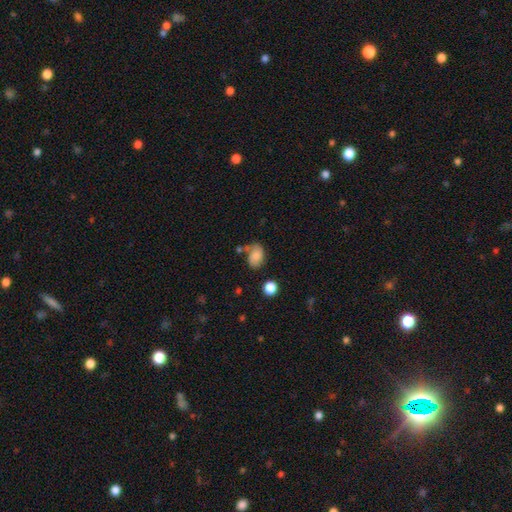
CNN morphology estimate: Q: Smooth or featured?
A: smooth (75%); runner-up: featured or disk (14%)
Q: How rounded?
A: in between (76%); runner-up: round (23%)
Q: Merging?
A: none (51%); runner-up: minor disturbance (25%)